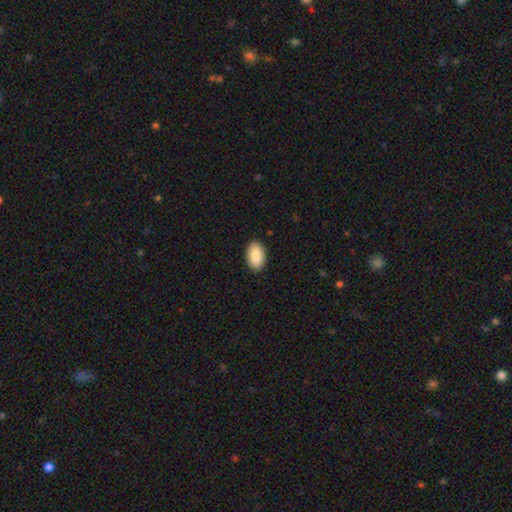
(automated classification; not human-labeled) A smooth galaxy with no disk features (89%) that is in between round and cigar-shaped (94%).

Vote fractions:
- Smooth or featured? smooth: 89% / star or artifact: 6% / featured or disk: 5%
- How rounded? in between: 94% / round: 4% / cigar-shaped: 1%
- Merging? none: 90% / minor disturbance: 7% / major disturbance: 2% / merger: 1%